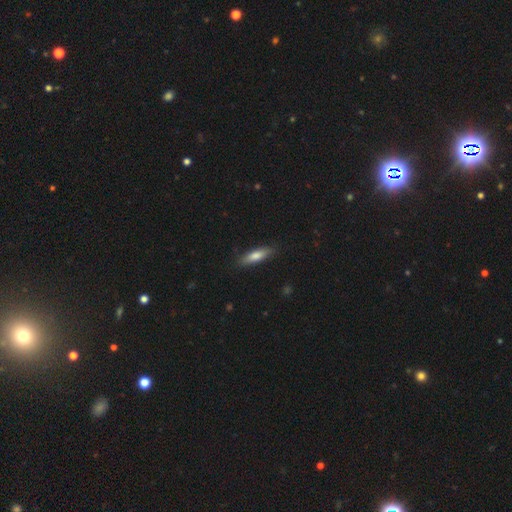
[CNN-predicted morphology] A smooth galaxy with no disk features (74%) that is cigar-shaped (62%).

Vote fractions:
- Smooth or featured? smooth: 74% / featured or disk: 19% / star or artifact: 6%
- How rounded? cigar-shaped: 62% / in between: 36% / round: 2%
- Merging? none: 85% / minor disturbance: 12% / major disturbance: 2% / merger: 1%